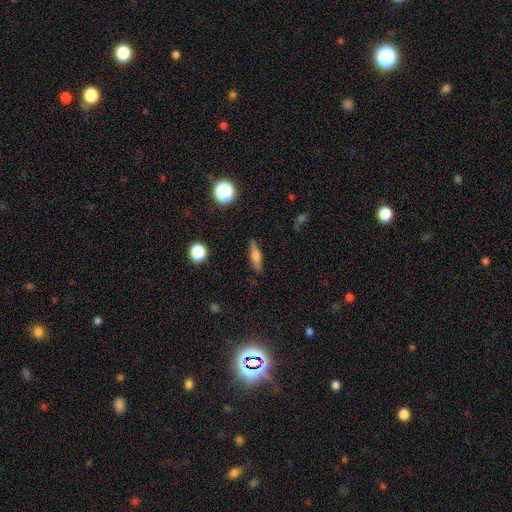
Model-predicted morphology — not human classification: Smooth or featured: smooth — 47% (featured or disk — 44%)
Merging: none — 87% (minor disturbance — 9%)